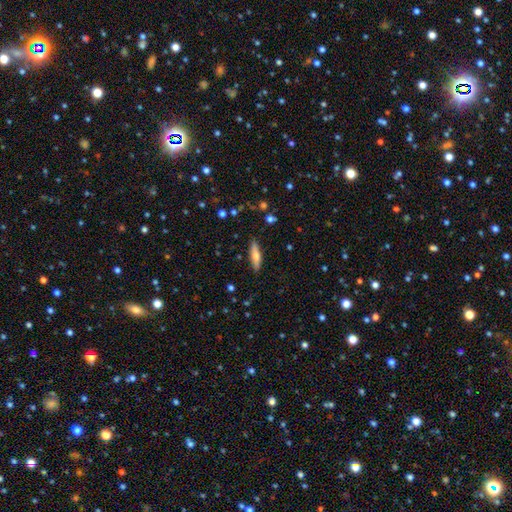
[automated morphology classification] The model was most divided on "smooth or featured": smooth: 63%, featured or disk: 30%, star or artifact: 6%. More confident: merging — none (88%); how rounded — cigar-shaped (71%).